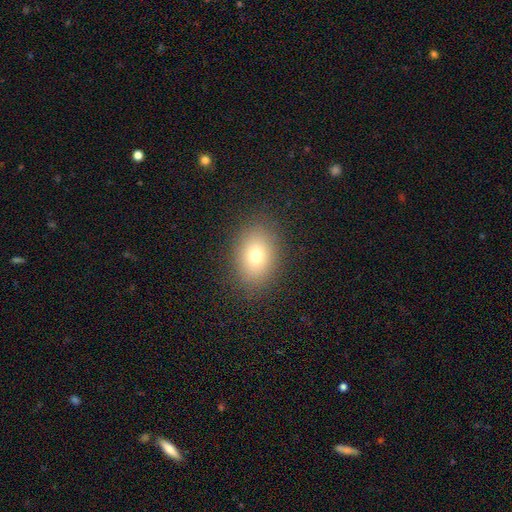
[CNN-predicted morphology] Overall: smooth (77%). How rounded: in between (71%). Merging: none (87%).